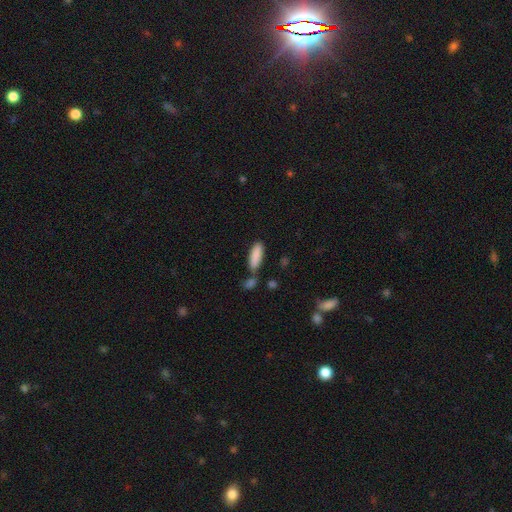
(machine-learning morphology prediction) Smooth or featured: smooth — 88% (star or artifact — 6%)
How rounded: in between — 57% (cigar-shaped — 41%)
Merging: none — 66% (merger — 17%)